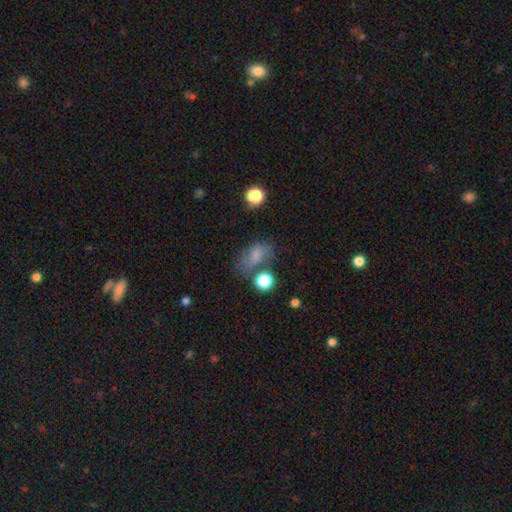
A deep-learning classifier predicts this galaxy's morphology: type=smooth (71%); roundness=in between (79%); merging=none (49%).